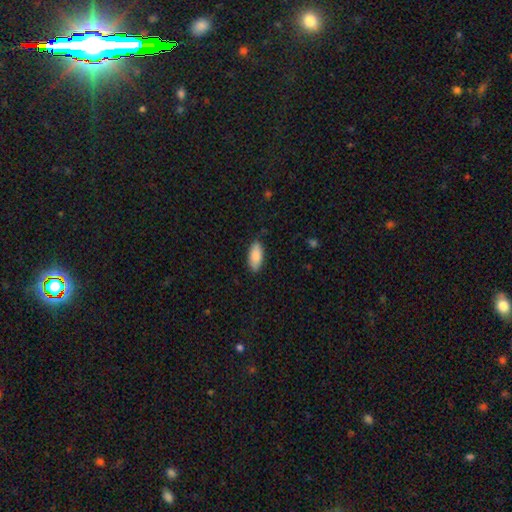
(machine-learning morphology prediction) smooth-or-featured: smooth: 85% | featured or disk: 9% | star or artifact: 6%
  how-rounded: in between: 88% | cigar-shaped: 10% | round: 2%
  merging: none: 85% | minor disturbance: 12% | major disturbance: 2% | merger: 1%